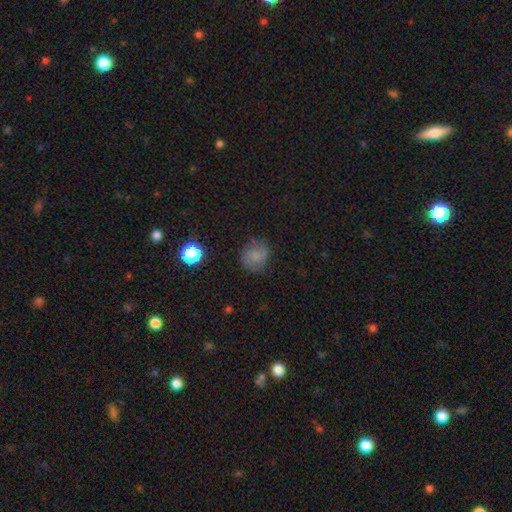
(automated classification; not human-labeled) A smooth galaxy with no disk features (58%) that is round (76%). Merging: none (70%).